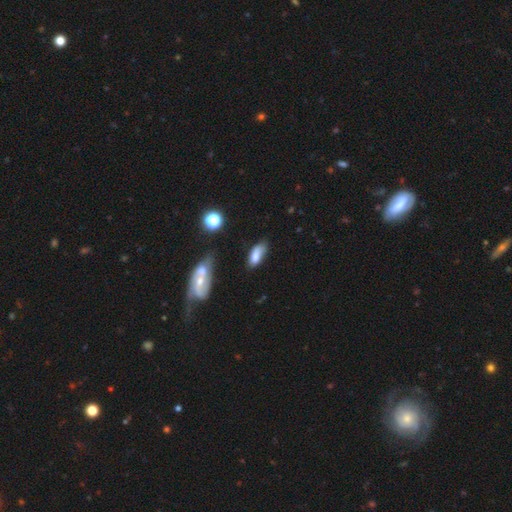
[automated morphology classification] Smooth or featured? smooth (74%)
How rounded? in between (87%)
Merging? none (47%)